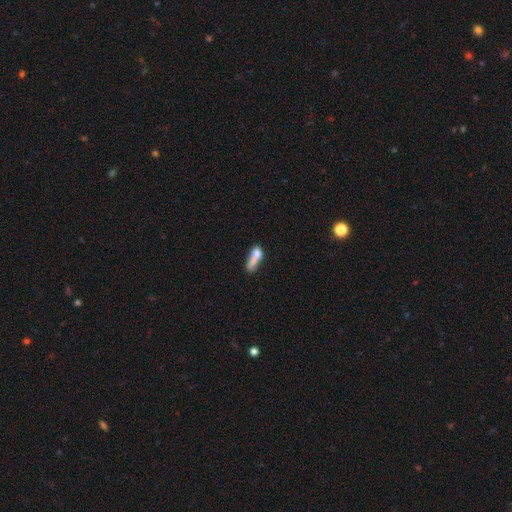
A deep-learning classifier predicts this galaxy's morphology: A smooth galaxy with no disk features (65%) that is in between round and cigar-shaped (46%).

Vote fractions:
- Smooth or featured? smooth: 65% / featured or disk: 25% / star or artifact: 10%
- How rounded? in between: 46% / cigar-shaped: 42% / round: 11%
- Merging? merger: 41% / none: 26% / major disturbance: 17% / minor disturbance: 16%